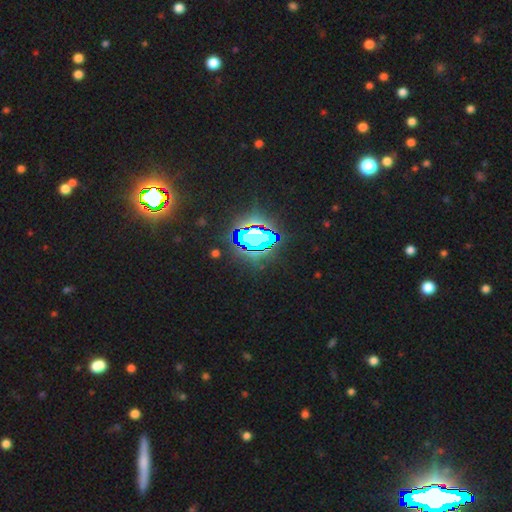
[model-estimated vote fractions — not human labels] smooth-or-featured: star or artifact: 83% | smooth: 10% | featured or disk: 7%